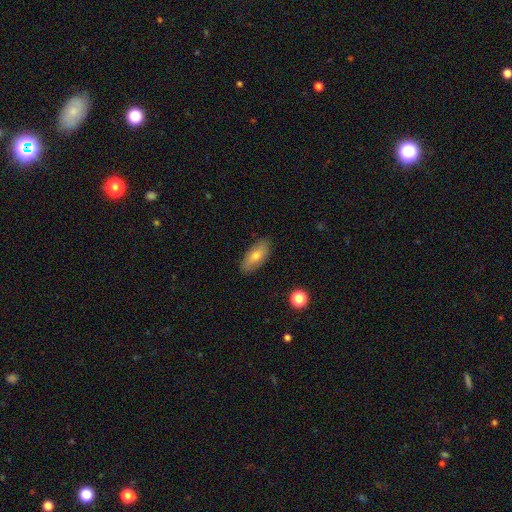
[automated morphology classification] smooth-or-featured: smooth: 66% | featured or disk: 26% | star or artifact: 8%
  how-rounded: in between: 84% | cigar-shaped: 13% | round: 3%
  merging: none: 86% | minor disturbance: 11% | major disturbance: 2% | merger: 1%